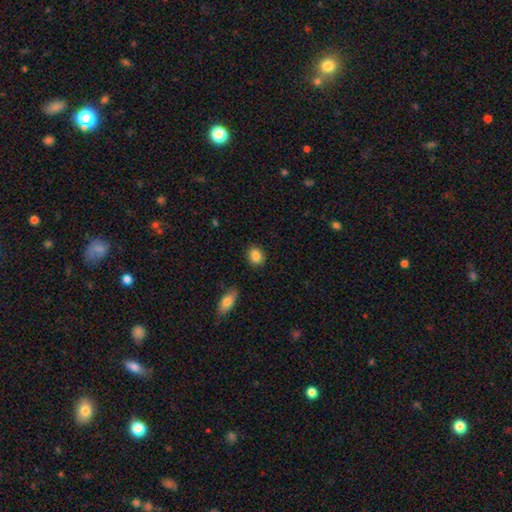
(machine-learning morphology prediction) smooth-or-featured: smooth: 86% | star or artifact: 8% | featured or disk: 6%
  how-rounded: in between: 51% | round: 47% | cigar-shaped: 2%
  merging: none: 87% | minor disturbance: 9% | major disturbance: 2% | merger: 2%